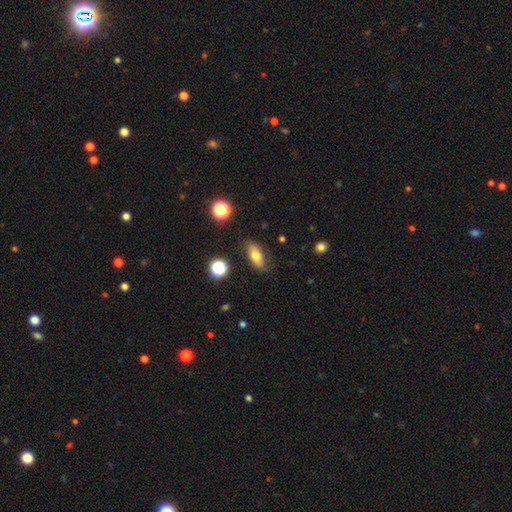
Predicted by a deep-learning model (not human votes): A smooth galaxy with no disk features (69%) that is in between round and cigar-shaped (76%). Merging: none (80%).